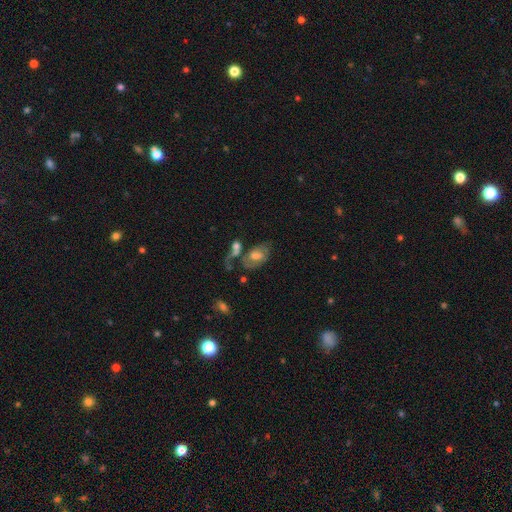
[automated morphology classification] featured or disk 58%, smooth 32%, star or artifact 10%. Down the decision tree: edge-on disk — no (93%); bar — no (56%); spiral arms — yes (63%); bulge size — moderate (50%); merging — none (39%).